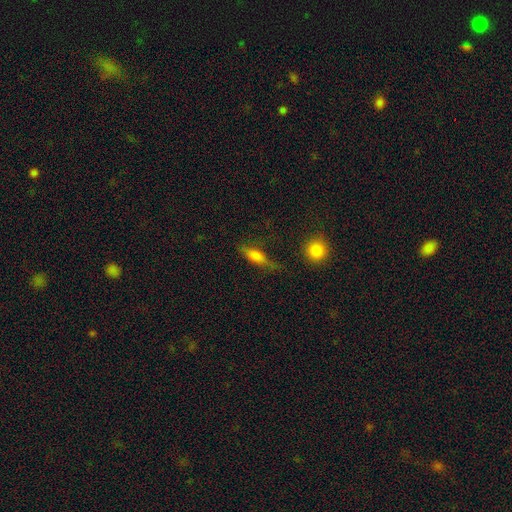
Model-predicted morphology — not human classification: Smooth or featured? Predicted: smooth (p=0.65). How rounded? Predicted: in between (p=0.51). Merging? Predicted: none (p=0.62).